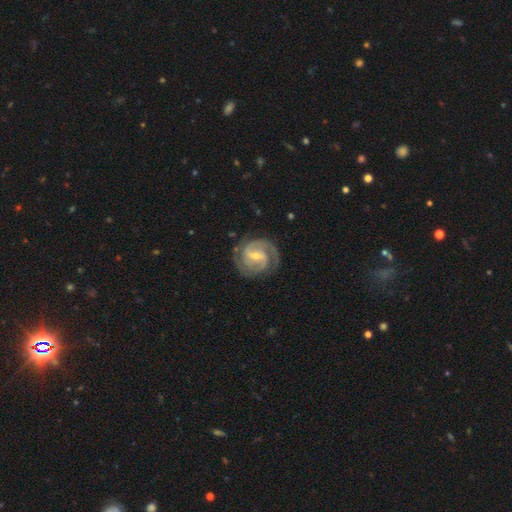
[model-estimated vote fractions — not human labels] The model was most divided on "spiral winding": medium: 47%, tight: 43%, loose: 9%. More confident: edge-on disk — no (98%); spiral arms — yes (98%); smooth or featured — featured or disk (90%); merging — none (77%); spiral arm count — 2 (63%); bulge size — small (57%); bar — weak (51%).